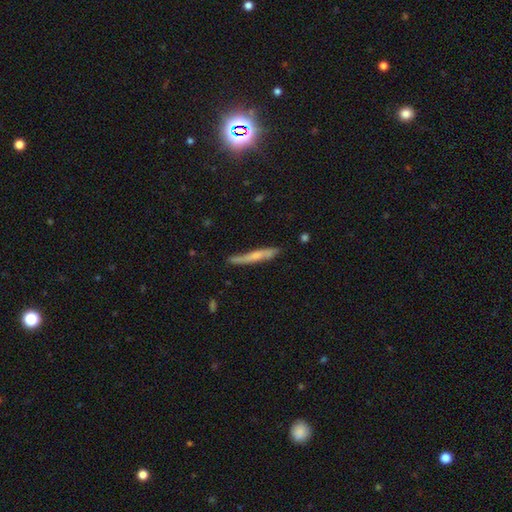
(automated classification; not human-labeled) This is possibly a smooth galaxy (52%). How rounded: clearly cigar-shaped (94%). Merging: likely none (71%).